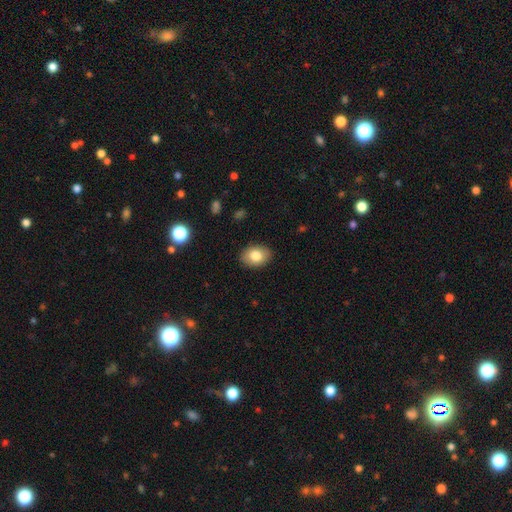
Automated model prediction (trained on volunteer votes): smooth-or-featured: smooth: 81% | featured or disk: 12% | star or artifact: 8%
  how-rounded: in between: 76% | round: 23% | cigar-shaped: 1%
  merging: none: 89% | minor disturbance: 8% | major disturbance: 2% | merger: 1%